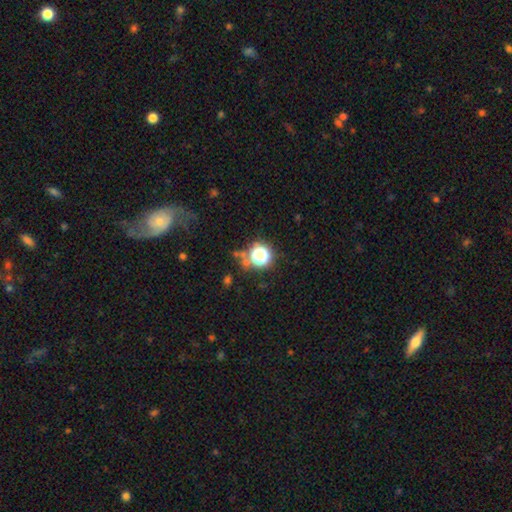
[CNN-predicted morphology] type=star or artifact (40%).